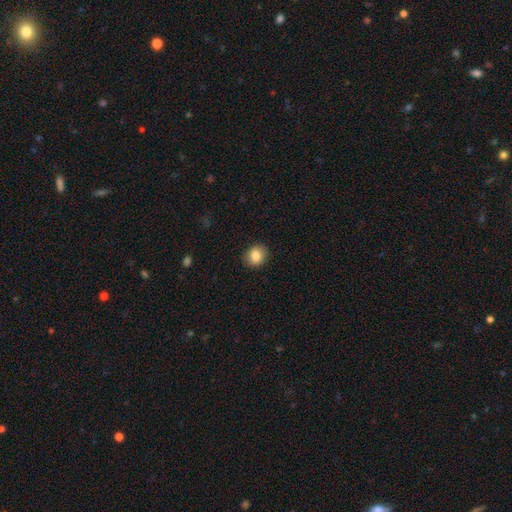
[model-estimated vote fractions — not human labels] This is clearly a smooth galaxy (84%). How rounded: likely round (65%). Merging: clearly none (88%).